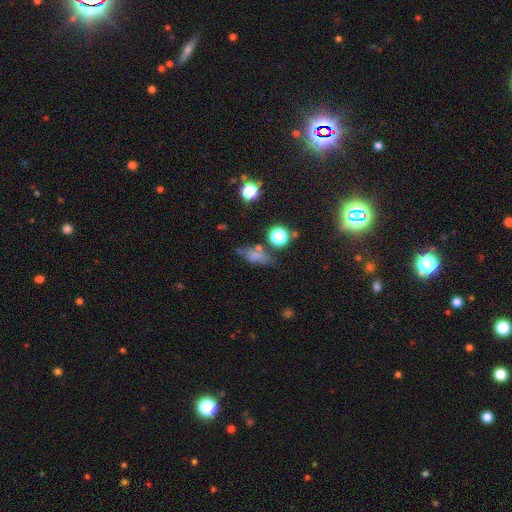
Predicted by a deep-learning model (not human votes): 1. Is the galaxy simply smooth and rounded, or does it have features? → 61% smooth, 21% star or artifact, 18% featured or disk.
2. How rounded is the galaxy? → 64% in between, 20% round, 16% cigar-shaped.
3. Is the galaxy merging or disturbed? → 53% none, 25% minor disturbance, 13% major disturbance, 10% merger.